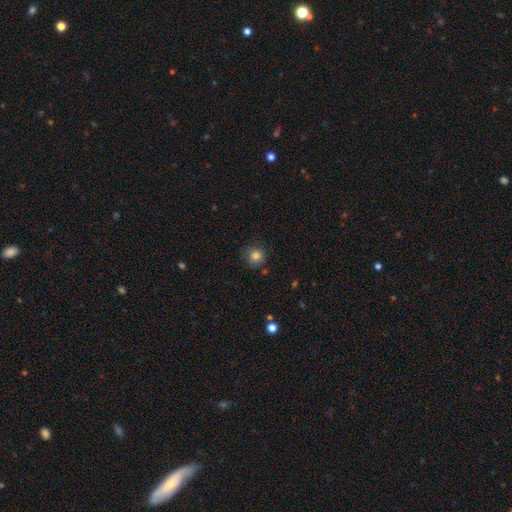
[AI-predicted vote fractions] The model was most divided on "smooth or featured": smooth: 82%, star or artifact: 12%, featured or disk: 6%. More confident: how rounded — round (93%); merging — none (83%).